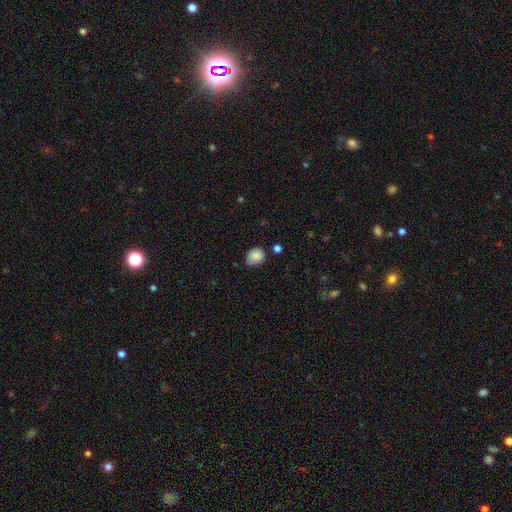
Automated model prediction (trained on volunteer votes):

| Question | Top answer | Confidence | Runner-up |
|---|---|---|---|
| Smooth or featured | smooth | 86% | star or artifact (9%) |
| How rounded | round | 56% | in between (43%) |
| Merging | none | 58% | minor disturbance (33%) |